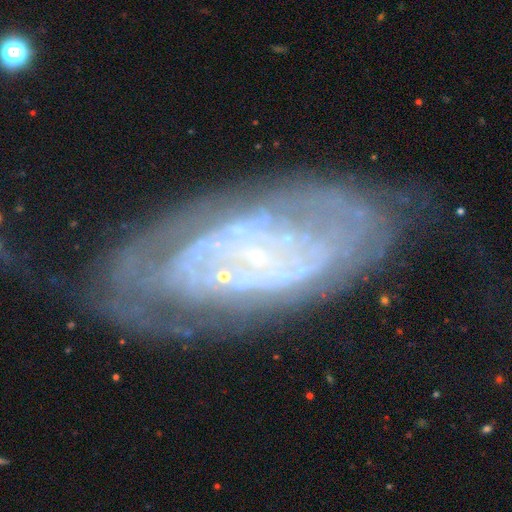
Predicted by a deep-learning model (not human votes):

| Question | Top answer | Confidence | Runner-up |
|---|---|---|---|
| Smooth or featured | featured or disk | 76% | smooth (15%) |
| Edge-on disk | no | 92% | yes (8%) |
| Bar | no | 66% | weak (23%) |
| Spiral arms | yes | 65% | no (35%) |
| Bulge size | small | 61% | none (26%) |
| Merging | none | 61% | minor disturbance (21%) |